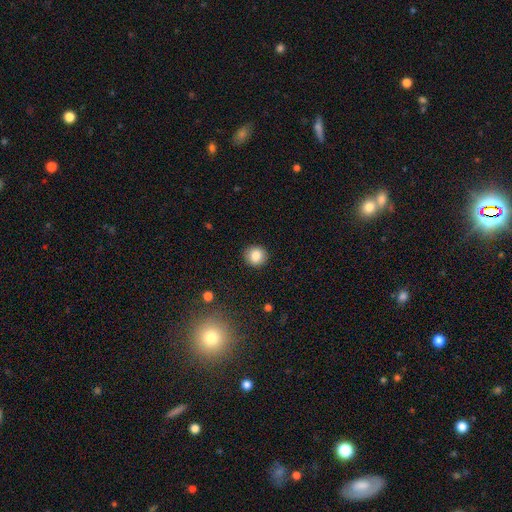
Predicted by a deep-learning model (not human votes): A smooth galaxy with no disk features (84%) that is round (90%). Merging: none (91%).